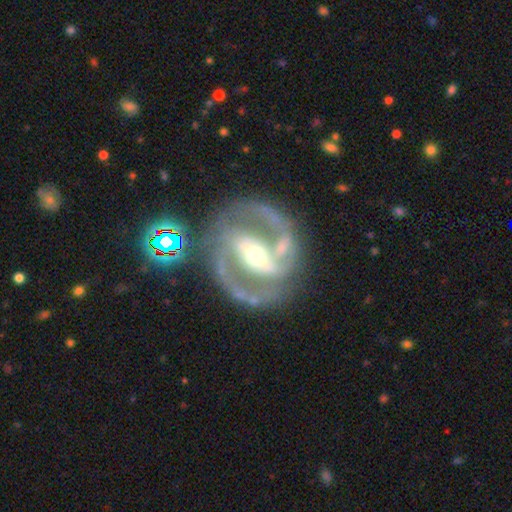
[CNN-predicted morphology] Smooth or featured?
  - featured or disk: 90% *
  - star or artifact: 6%
  - smooth: 5%
Edge-on disk?
  - no: 97% *
  - yes: 3%
Bar?
  - strong: 54% *
  - weak: 30%
  - no: 16%
Spiral arms?
  - yes: 96% *
  - no: 4%
Spiral winding?
  - medium: 58% *
  - tight: 27%
  - loose: 15%
Spiral arm count?
  - 2: 90% *
  - 3: 3%
  - can't tell: 3%
  - 1: 2%
  - 4: 1%
  - more than 4: 1%
Bulge size?
  - moderate: 63% *
  - small: 29%
  - large: 5%
  - dominant: 1%
  - none: 1%
Merging?
  - none: 68% *
  - minor disturbance: 16%
  - major disturbance: 9%
  - merger: 7%